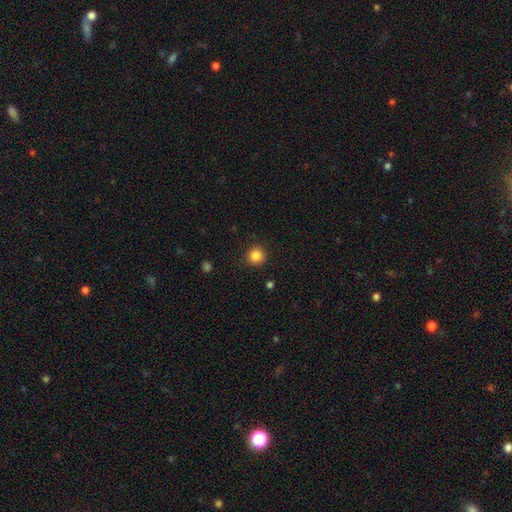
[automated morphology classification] smooth_or_featured: smooth (p=0.85) [alt: star or artifact p=0.11]
how_rounded: round (p=0.94) [alt: in between p=0.05]
merging: none (p=0.90) [alt: minor disturbance p=0.06]